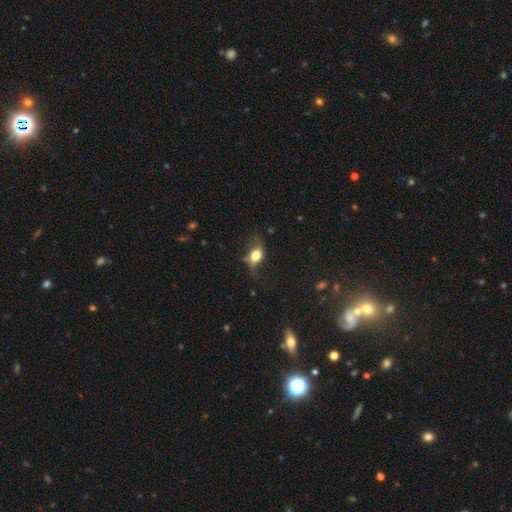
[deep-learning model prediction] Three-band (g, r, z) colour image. It shows a smooth galaxy with no disk features (63%) that is in between round and cigar-shaped (76%). Merging: none (56%).